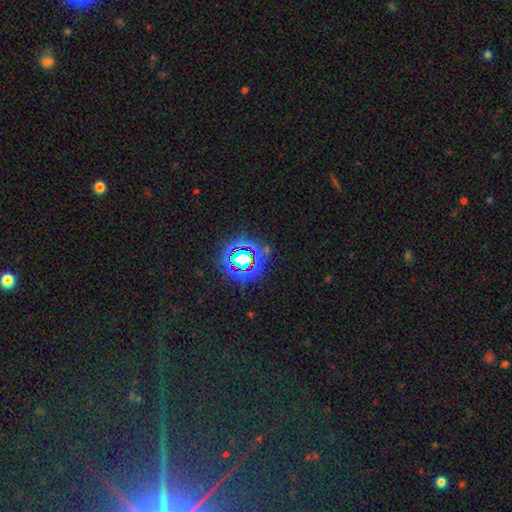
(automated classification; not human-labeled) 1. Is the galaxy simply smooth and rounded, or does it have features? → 77% star or artifact, 15% smooth, 8% featured or disk.